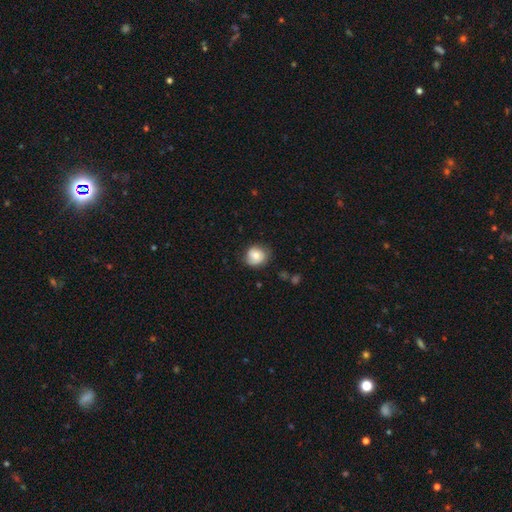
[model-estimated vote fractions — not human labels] The model was most divided on "smooth or featured": smooth: 70%, featured or disk: 22%, star or artifact: 8%. More confident: how rounded — round (79%); merging — none (71%).